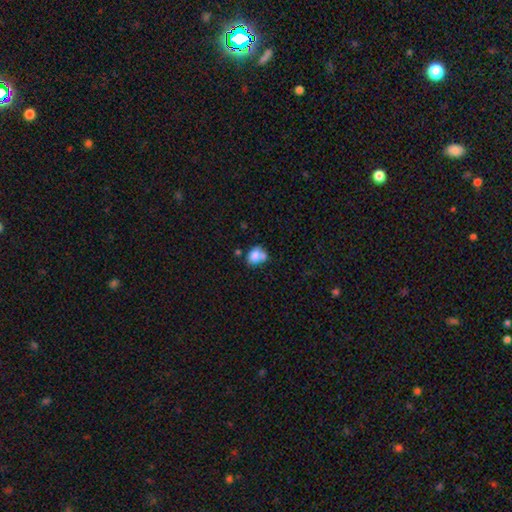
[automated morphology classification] A smooth galaxy with no disk features (75%) that is in between round and cigar-shaped (58%).

Vote fractions:
- Smooth or featured? smooth: 75% / featured or disk: 15% / star or artifact: 10%
- How rounded? in between: 58% / round: 40% / cigar-shaped: 1%
- Merging? merger: 40% / none: 34% / minor disturbance: 18% / major disturbance: 8%